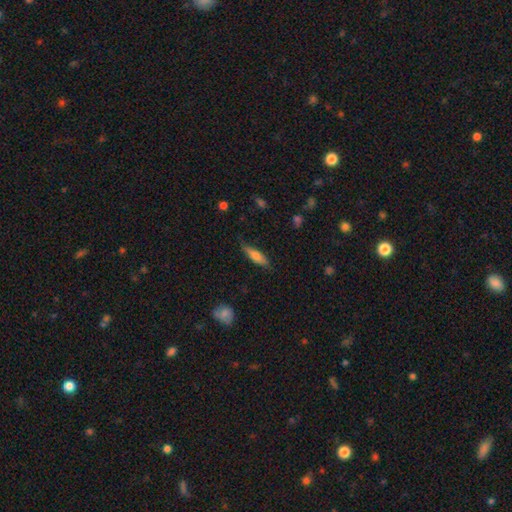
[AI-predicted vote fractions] Overall: smooth (66%; featured or disk 27%). How rounded: cigar-shaped (55%; in between 42%). Merging: none (70%).